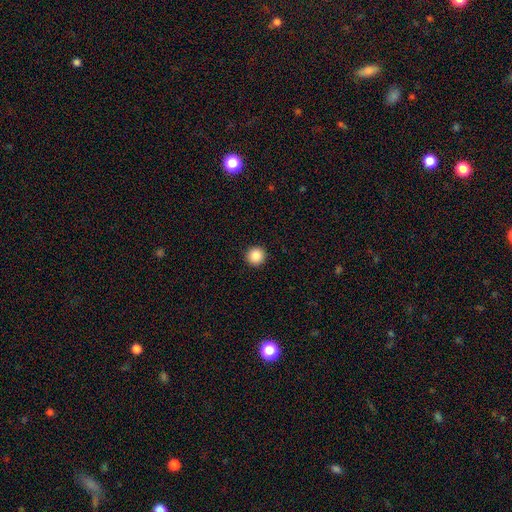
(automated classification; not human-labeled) Smooth or featured: smooth — 87% (star or artifact — 9%)
How rounded: round — 96% (in between — 3%)
Merging: none — 93% (minor disturbance — 4%)